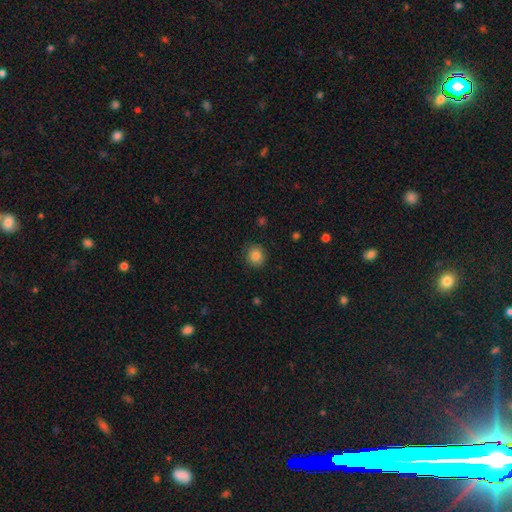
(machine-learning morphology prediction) smooth_or_featured: smooth (p=0.84) [alt: star or artifact p=0.10]
how_rounded: round (p=0.88) [alt: in between p=0.11]
merging: none (p=0.87) [alt: minor disturbance p=0.10]